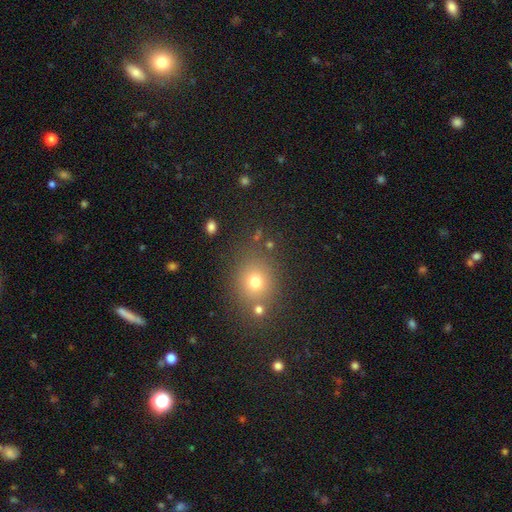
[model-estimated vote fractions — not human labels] This is possibly a smooth galaxy (58%). How rounded: likely round (73%). Merging: likely none (79%).